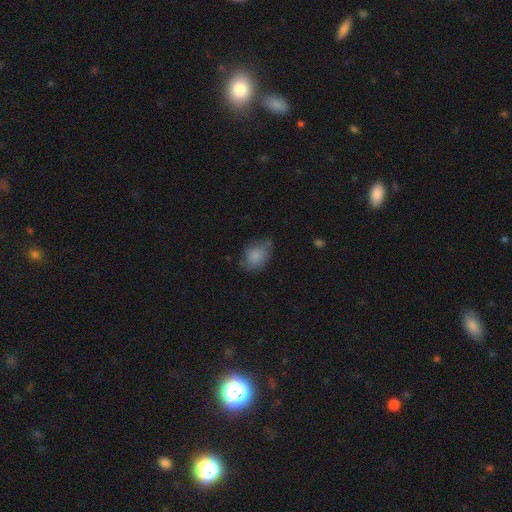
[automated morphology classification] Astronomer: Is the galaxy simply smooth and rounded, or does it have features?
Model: smooth — 83%.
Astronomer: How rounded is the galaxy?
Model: in between — 66%.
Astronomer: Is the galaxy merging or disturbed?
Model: none — 57%.